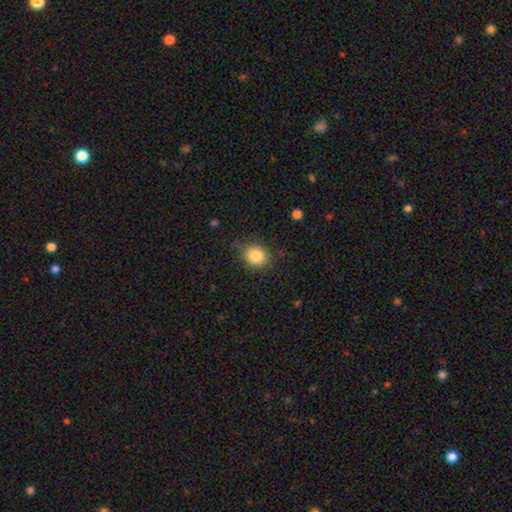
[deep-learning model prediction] smooth_or_featured: smooth (p=0.84) [alt: star or artifact p=0.10]
how_rounded: round (p=0.71) [alt: in between p=0.28]
merging: none (p=0.75) [alt: minor disturbance p=0.19]